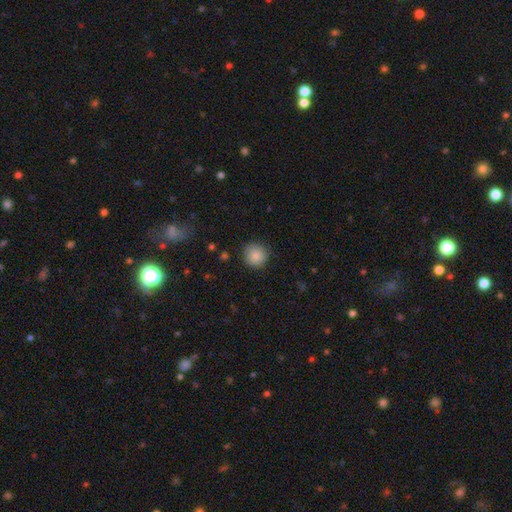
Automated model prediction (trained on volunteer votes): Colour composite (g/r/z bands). It shows a smooth galaxy with no disk features (87%) that is round (94%). Merging: none (88%).